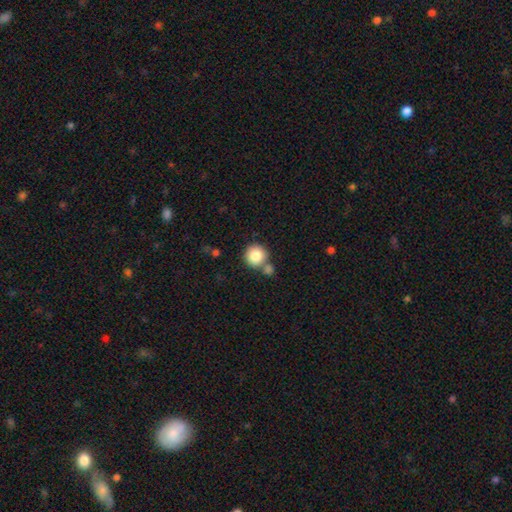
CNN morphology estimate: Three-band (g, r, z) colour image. It shows a smooth galaxy with no disk features (84%) that is round (94%). Merging: none (66%).